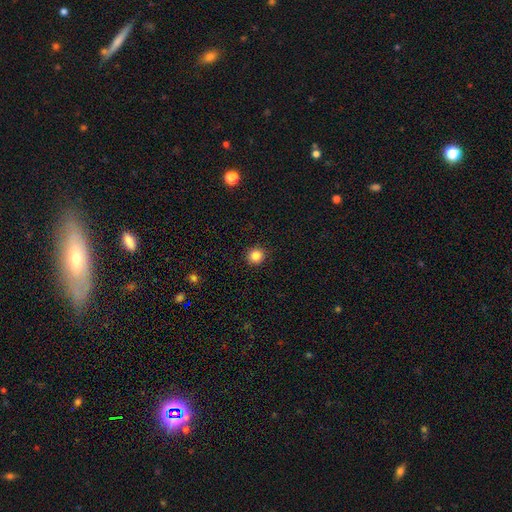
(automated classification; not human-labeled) The model was most divided on "smooth or featured": smooth: 85%, star or artifact: 11%, featured or disk: 4%. More confident: how rounded — round (93%); merging — none (92%).